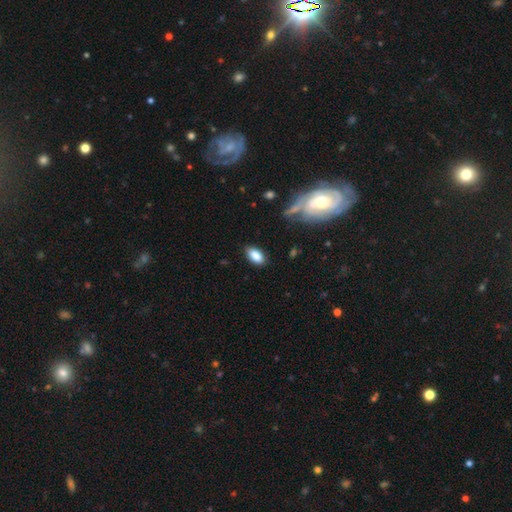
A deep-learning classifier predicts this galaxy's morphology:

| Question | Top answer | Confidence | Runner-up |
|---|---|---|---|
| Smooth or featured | smooth | 85% | star or artifact (8%) |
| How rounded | in between | 92% | cigar-shaped (4%) |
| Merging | none | 86% | minor disturbance (10%) |